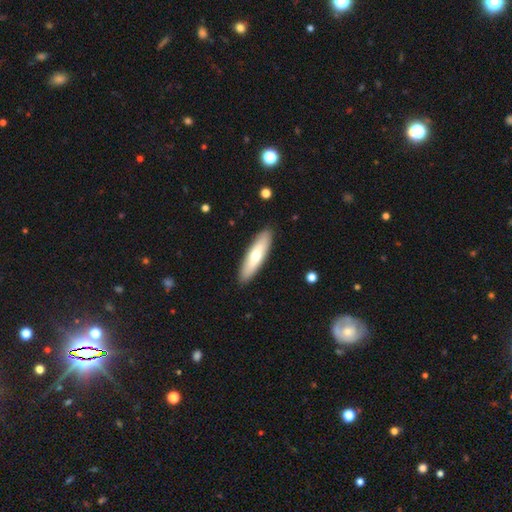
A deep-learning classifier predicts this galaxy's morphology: Q: Smooth or featured?
A: smooth (63%); runner-up: featured or disk (32%)
Q: How rounded?
A: cigar-shaped (66%); runner-up: in between (32%)
Q: Merging?
A: none (90%); runner-up: minor disturbance (8%)